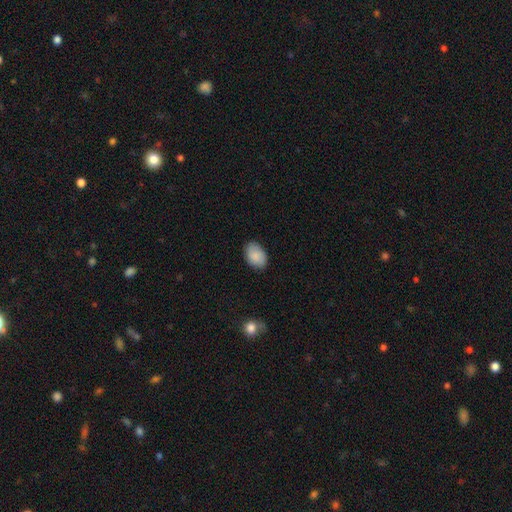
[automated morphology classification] smooth-or-featured: smooth: 86% | star or artifact: 7% | featured or disk: 7%
  how-rounded: in between: 82% | round: 17% | cigar-shaped: 1%
  merging: none: 82% | minor disturbance: 14% | major disturbance: 3% | merger: 1%